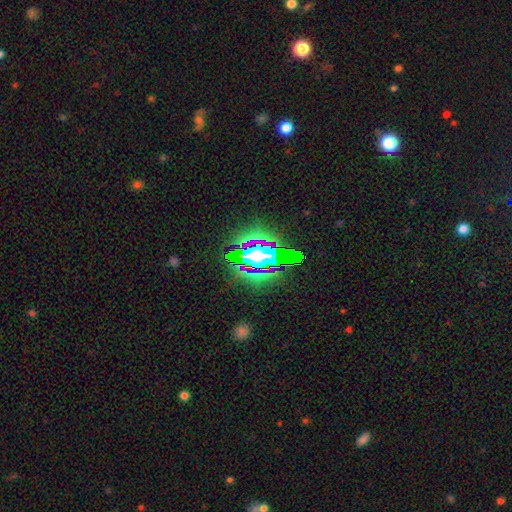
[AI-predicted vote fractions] Smooth or featured? star or artifact (60%)